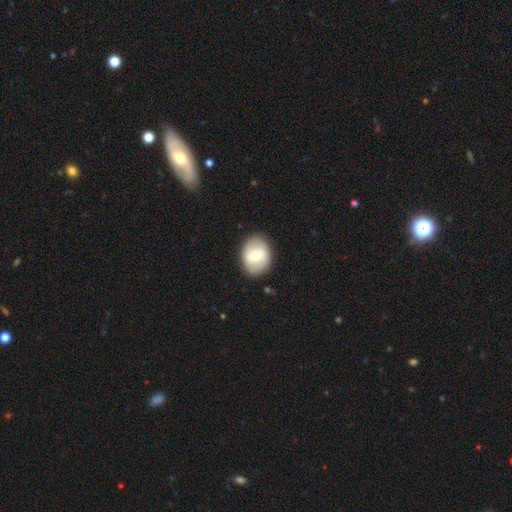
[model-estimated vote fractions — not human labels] Overall: smooth (56%; featured or disk 37%). How rounded: in between (53%; round 46%). Merging: none (85%).